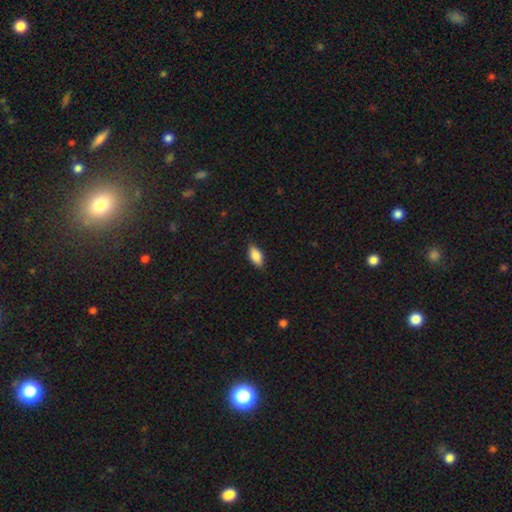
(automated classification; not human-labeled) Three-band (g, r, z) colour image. It shows a smooth galaxy with no disk features (84%) that is in between round and cigar-shaped (89%). Merging: none (86%).